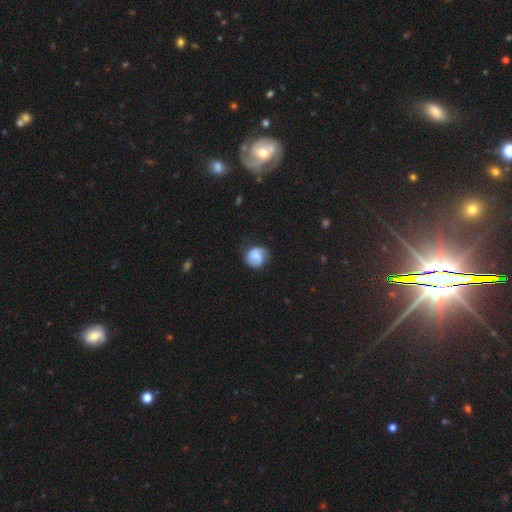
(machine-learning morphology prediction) Overall: smooth (55%; featured or disk 37%). How rounded: round (80%). Merging: none (64%; minor disturbance 25%).